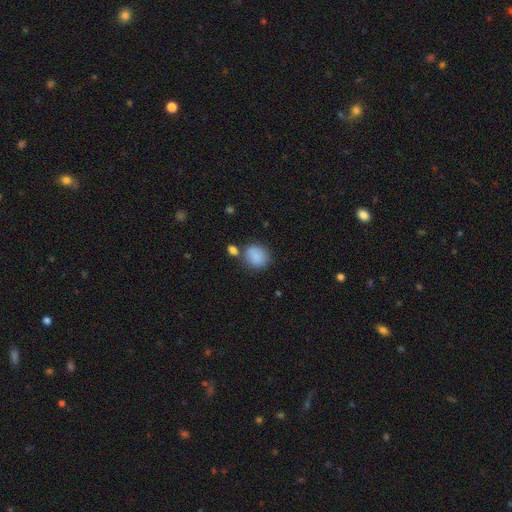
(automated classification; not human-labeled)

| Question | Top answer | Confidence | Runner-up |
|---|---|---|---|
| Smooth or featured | smooth | 86% | star or artifact (8%) |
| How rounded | round | 62% | in between (37%) |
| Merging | none | 62% | minor disturbance (16%) |